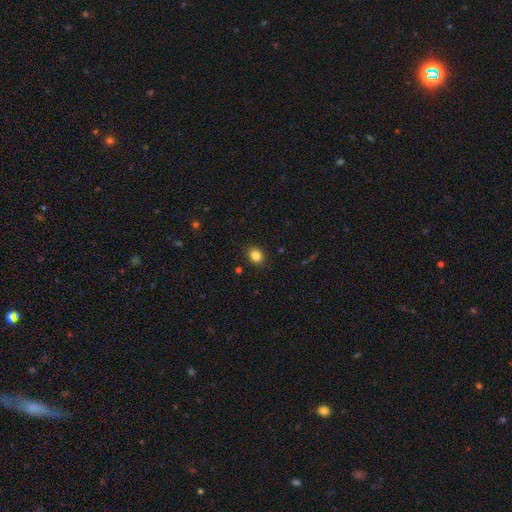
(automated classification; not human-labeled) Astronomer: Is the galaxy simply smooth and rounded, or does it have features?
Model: smooth — 85%.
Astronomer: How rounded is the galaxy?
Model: round — 53% (runner-up: in between, 46%).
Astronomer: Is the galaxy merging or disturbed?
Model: none — 89%.